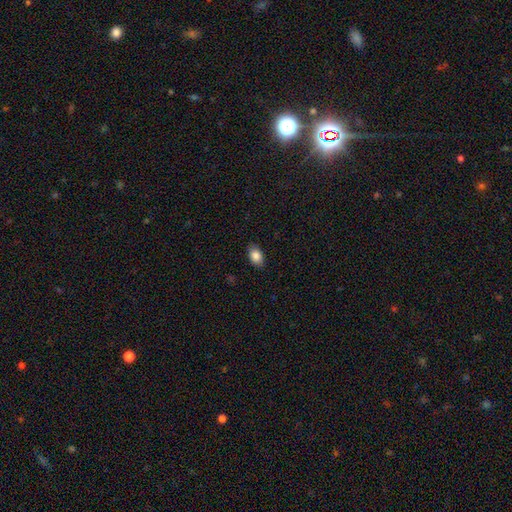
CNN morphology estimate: Smooth or featured: smooth — 86% (star or artifact — 8%)
How rounded: in between — 87% (round — 12%)
Merging: none — 87% (minor disturbance — 9%)